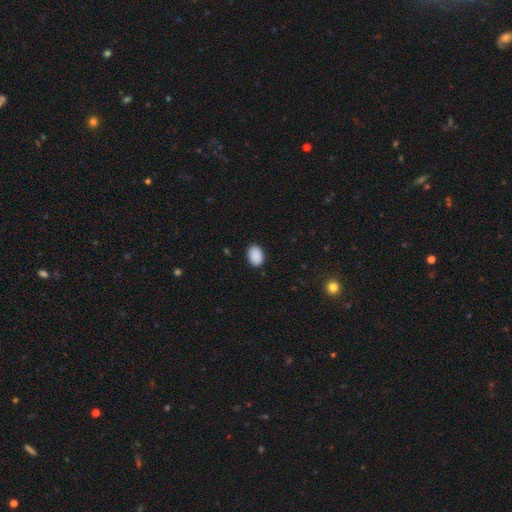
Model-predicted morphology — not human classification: type=smooth (90%); roundness=in between (80%); merging=none (88%).